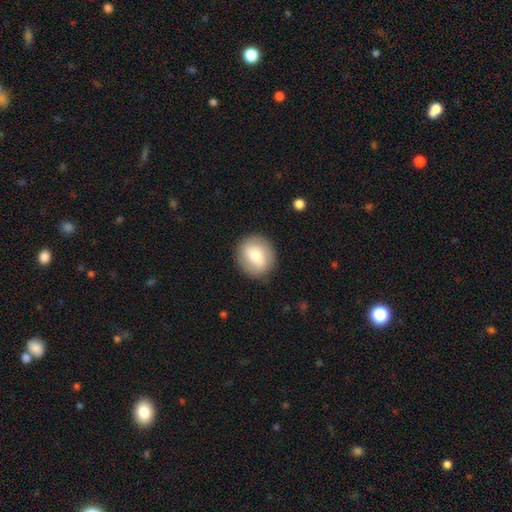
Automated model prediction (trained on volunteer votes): A smooth galaxy with no disk features (64%) that is round (82%).

Vote fractions:
- Smooth or featured? smooth: 64% / featured or disk: 29% / star or artifact: 7%
- How rounded? round: 82% / in between: 17% / cigar-shaped: 1%
- Merging? none: 87% / minor disturbance: 9% / major disturbance: 3% / merger: 1%